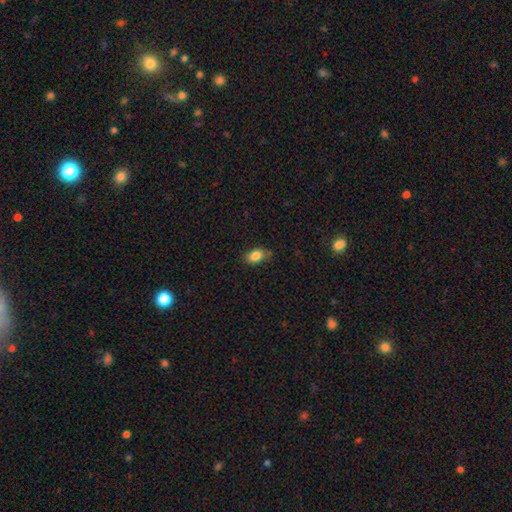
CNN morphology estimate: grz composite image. It shows a smooth galaxy with no disk features (85%) that is in between round and cigar-shaped (85%). Merging: none (76%).